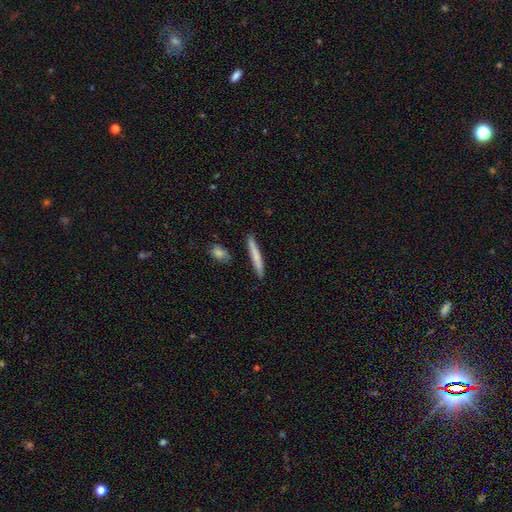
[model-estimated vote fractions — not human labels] smooth-or-featured: smooth: 74% | featured or disk: 21% | star or artifact: 6%
  how-rounded: cigar-shaped: 95% | in between: 3% | round: 1%
  merging: none: 88% | minor disturbance: 8% | merger: 2% | major disturbance: 2%